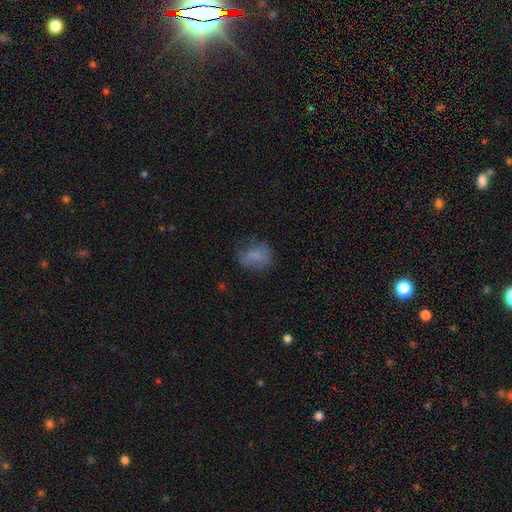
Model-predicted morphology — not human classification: A smooth galaxy with no disk features (68%) that is in between round and cigar-shaped (57%). Merging: none (54%).